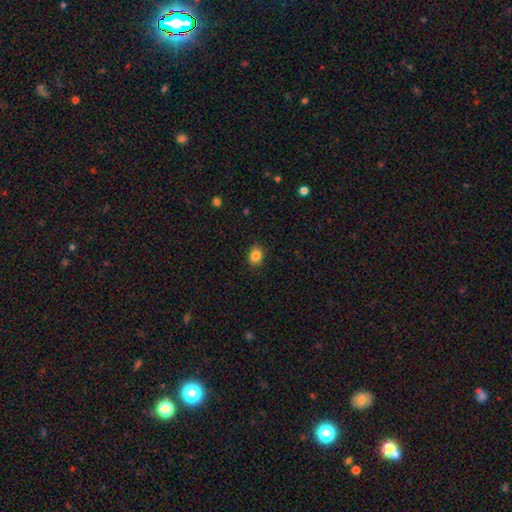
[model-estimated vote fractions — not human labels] This is clearly a smooth galaxy (85%). How rounded: possibly round (51%). Merging: clearly none (86%).